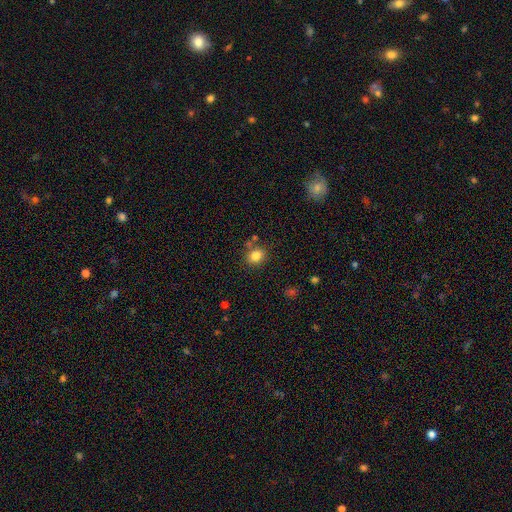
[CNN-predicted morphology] Overall: smooth (83%). How rounded: round (64%; in between 35%). Merging: none (74%).